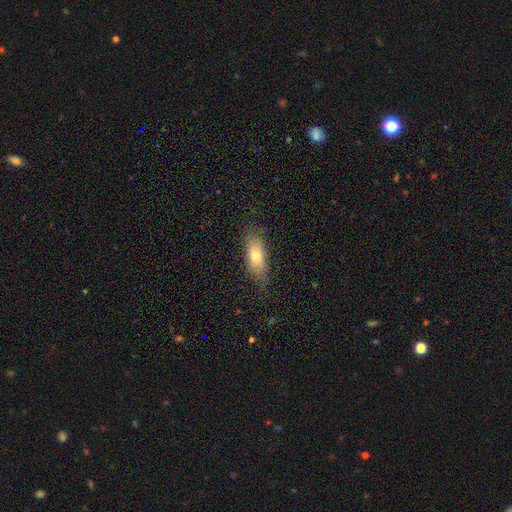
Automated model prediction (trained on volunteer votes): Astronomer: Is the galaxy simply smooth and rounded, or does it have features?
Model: smooth — 74%.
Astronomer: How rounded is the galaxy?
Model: in between — 74%.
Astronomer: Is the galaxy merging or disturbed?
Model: none — 75%.